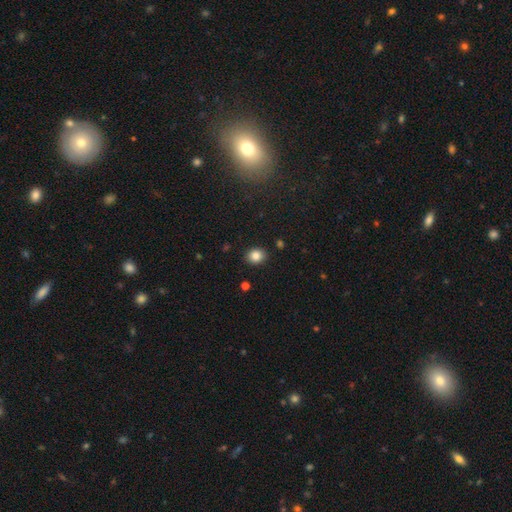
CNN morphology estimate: type=smooth (85%); roundness=round (59%); merging=none (89%).